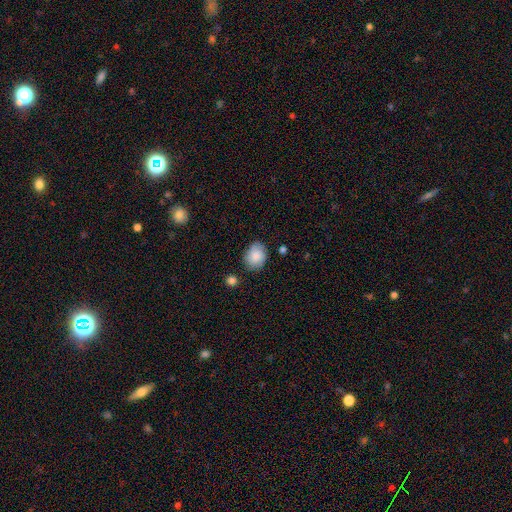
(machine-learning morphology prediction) The model was most divided on "how rounded": in between: 56%, round: 43%, cigar-shaped: 1%. More confident: smooth or featured — smooth (84%); merging — none (75%).